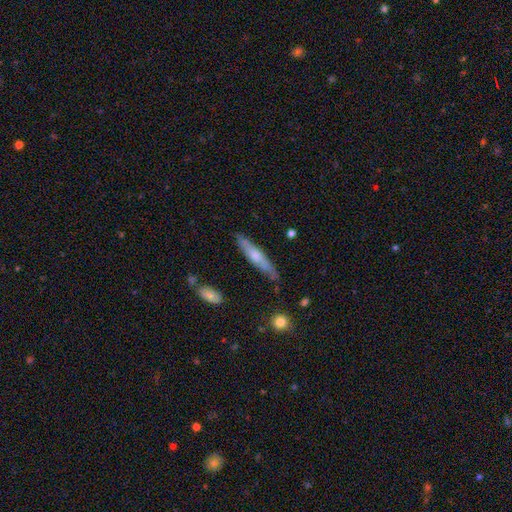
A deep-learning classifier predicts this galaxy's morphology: Q: Smooth or featured?
A: smooth (50%); runner-up: featured or disk (45%)
Q: Merging?
A: none (79%); runner-up: minor disturbance (16%)